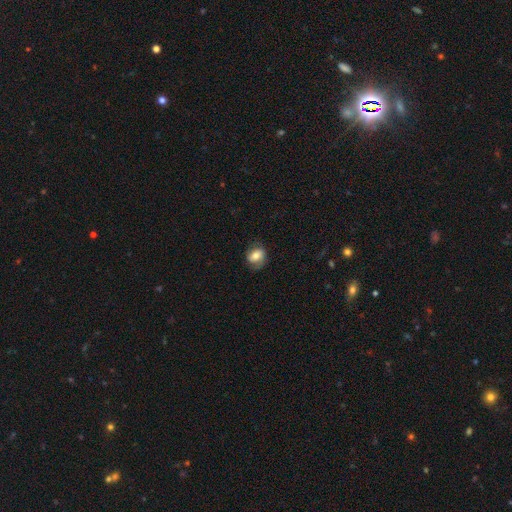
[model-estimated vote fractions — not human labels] smooth_or_featured: smooth (p=0.54) [alt: featured or disk p=0.38]
how_rounded: in between (p=0.55) [alt: round p=0.44]
merging: none (p=0.67) [alt: minor disturbance p=0.22]